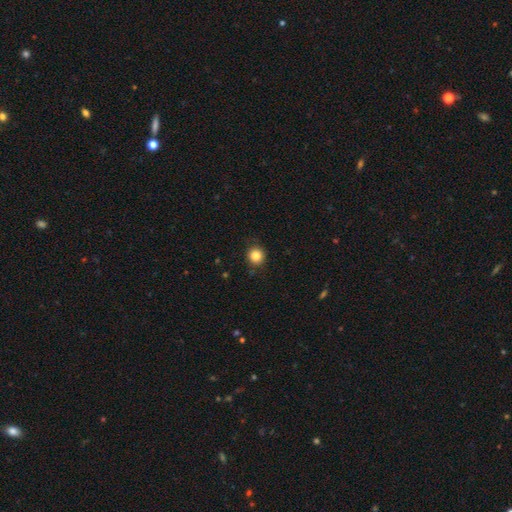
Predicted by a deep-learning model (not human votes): A smooth galaxy with no disk features (84%) that is round (91%).

Vote fractions:
- Smooth or featured? smooth: 84% / star or artifact: 11% / featured or disk: 5%
- How rounded? round: 91% / in between: 8% / cigar-shaped: 1%
- Merging? none: 88% / minor disturbance: 9% / major disturbance: 2% / merger: 1%